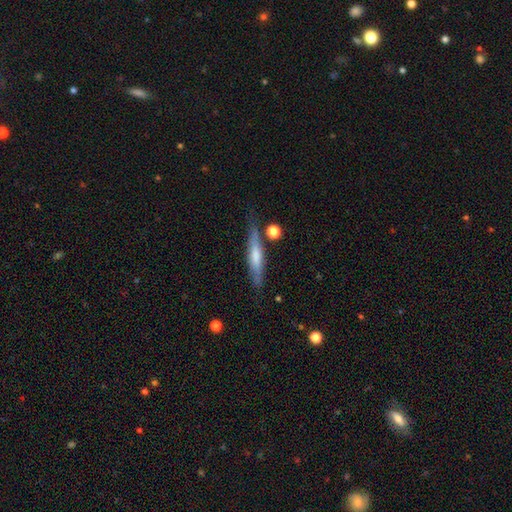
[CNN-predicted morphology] A smooth galaxy with no disk features (52%) that is cigar-shaped (84%).

Vote fractions:
- Smooth or featured? smooth: 52% / featured or disk: 41% / star or artifact: 6%
- How rounded? cigar-shaped: 84% / in between: 14% / round: 2%
- Merging? none: 72% / minor disturbance: 17% / merger: 6% / major disturbance: 5%